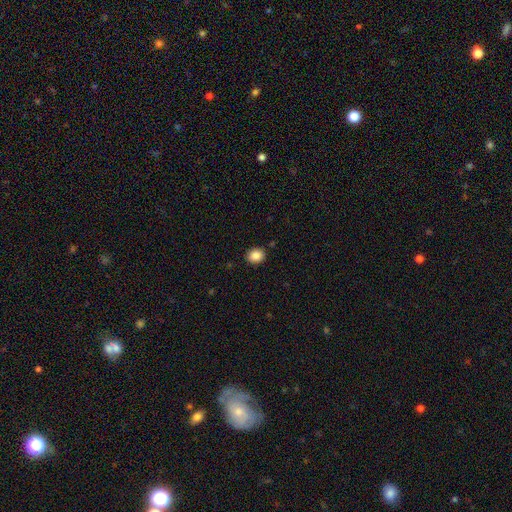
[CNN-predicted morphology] type=smooth (88%); roundness=round (62%); merging=none (89%).